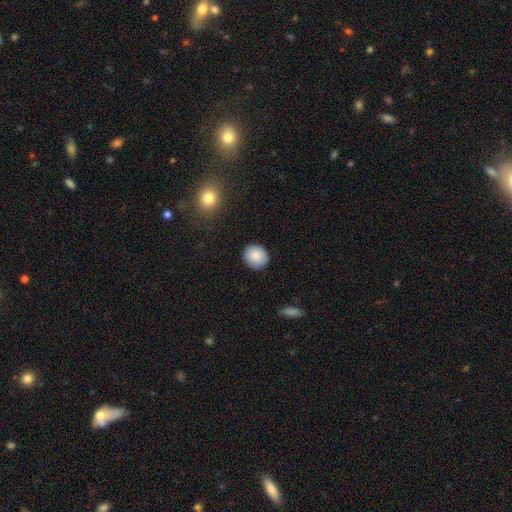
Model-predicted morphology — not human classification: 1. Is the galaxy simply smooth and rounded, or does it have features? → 87% smooth, 8% star or artifact, 5% featured or disk.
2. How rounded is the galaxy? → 84% round, 15% in between, 1% cigar-shaped.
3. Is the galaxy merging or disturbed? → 90% none, 7% minor disturbance, 2% major disturbance, 1% merger.